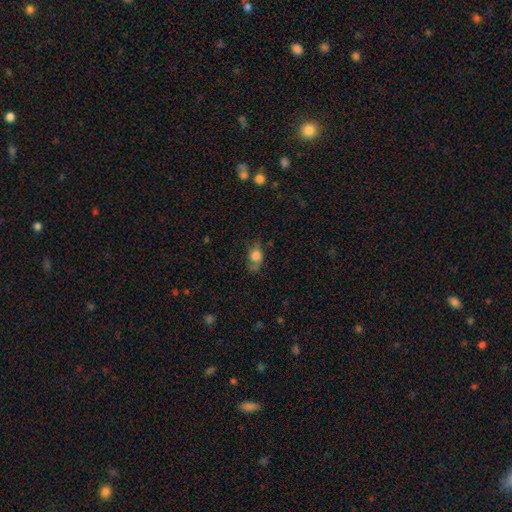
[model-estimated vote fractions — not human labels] Smooth or featured? smooth (68%)
How rounded? in between (78%)
Merging? none (52%)